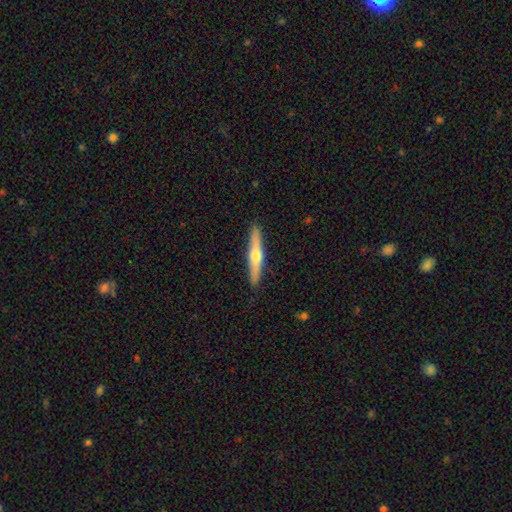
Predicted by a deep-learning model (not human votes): Smooth or featured: featured or disk — 61% (smooth — 33%)
Edge-on disk: yes — 96% (no — 4%)
Edge-on bulge: rounded — 92% (none — 5%)
Merging: none — 91% (minor disturbance — 7%)